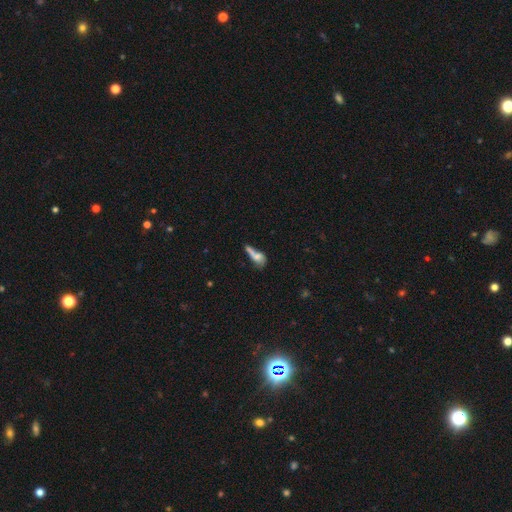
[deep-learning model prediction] This appears to be a smooth galaxy with no disk features (57%) that is in between round and cigar-shaped (61%). Merging: merger (43%).